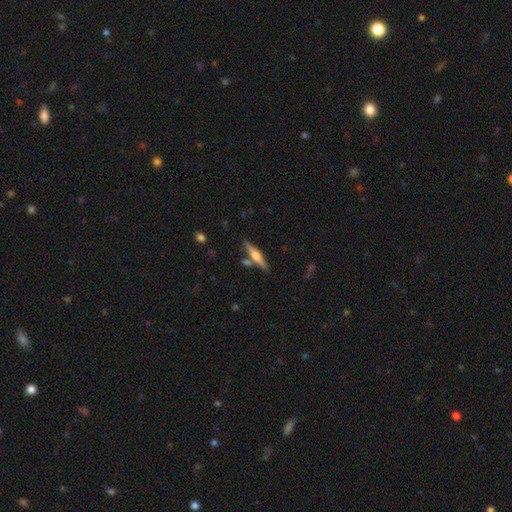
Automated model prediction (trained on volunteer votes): featured or disk 60%, smooth 34%, star or artifact 6%. Down the decision tree: edge-on disk — yes (97%); edge-on bulge — rounded (85%); merging — none (78%).